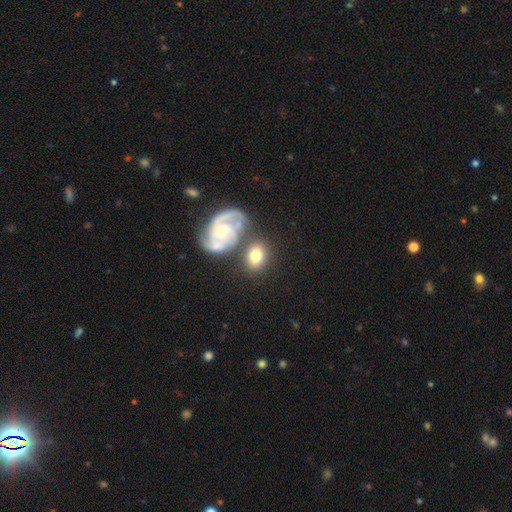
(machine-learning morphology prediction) This appears to be a smooth galaxy with no disk features (60%) that is in between round and cigar-shaped (65%). Merging: none (61%).